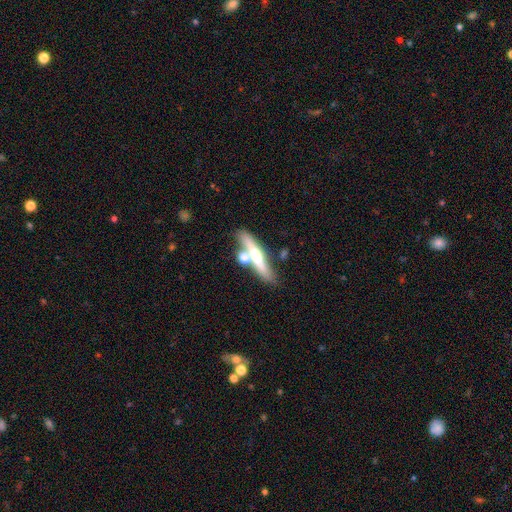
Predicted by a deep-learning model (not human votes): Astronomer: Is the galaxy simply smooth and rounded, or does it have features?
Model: featured or disk — 49% (runner-up: smooth, 43%).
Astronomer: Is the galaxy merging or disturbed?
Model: none — 52% (runner-up: merger, 29%).